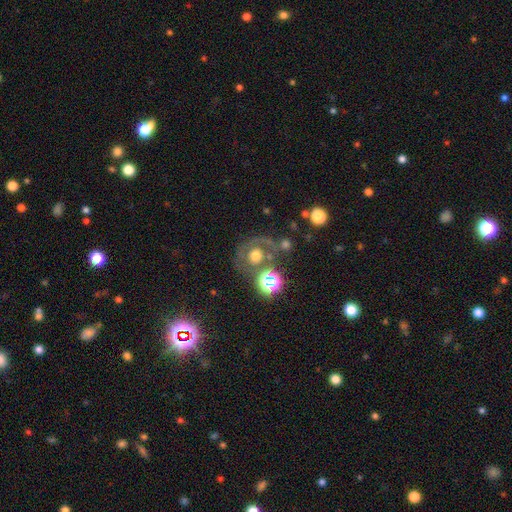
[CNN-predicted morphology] featured or disk 41% (tied), smooth 41% (tied), star or artifact 18%. Down the decision tree: merging — none (47%).